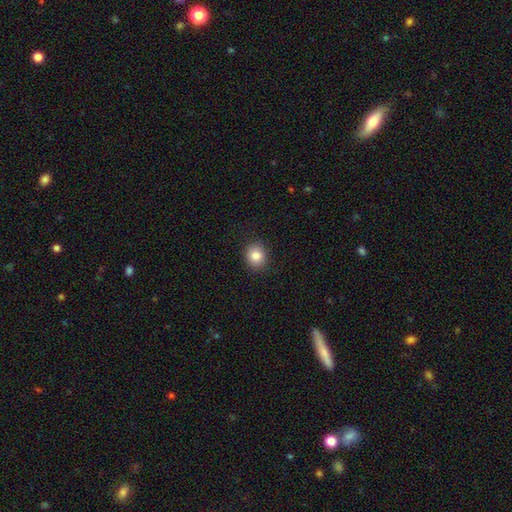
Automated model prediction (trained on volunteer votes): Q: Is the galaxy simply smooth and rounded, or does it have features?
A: smooth — 84%.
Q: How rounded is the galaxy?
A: round — 78%.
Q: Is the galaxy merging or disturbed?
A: none — 89%.